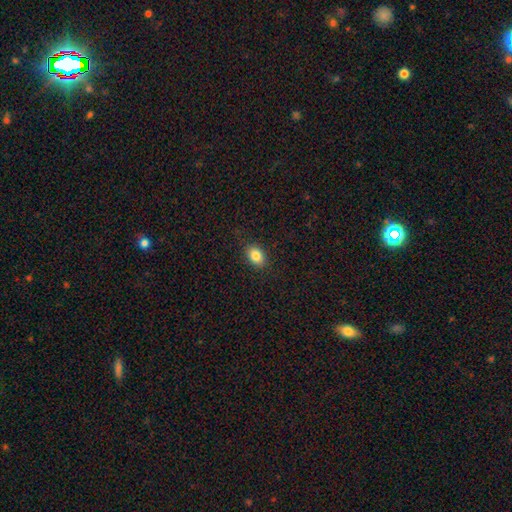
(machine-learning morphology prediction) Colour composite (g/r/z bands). It shows a smooth galaxy with no disk features (85%) that is in between round and cigar-shaped (80%). Merging: none (88%).